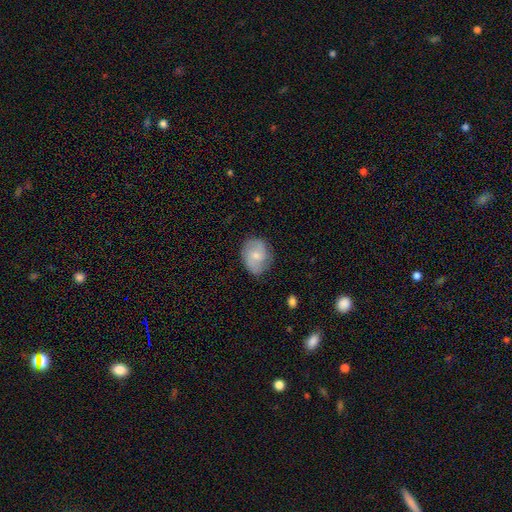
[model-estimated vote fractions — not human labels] smooth-or-featured: featured or disk: 49% | smooth: 44% | star or artifact: 7%
  merging: none: 76% | minor disturbance: 18% | major disturbance: 5% | merger: 1%